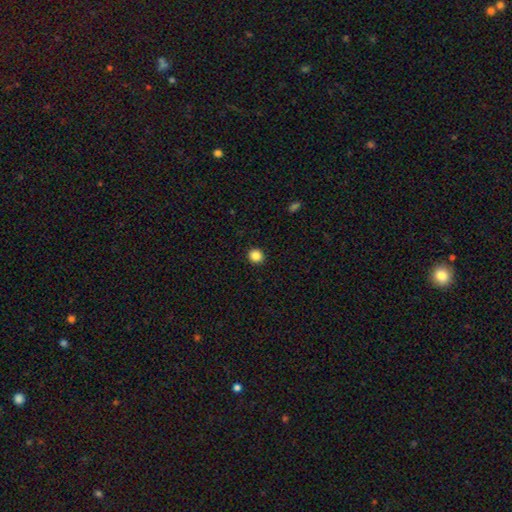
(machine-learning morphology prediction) smooth_or_featured: smooth (p=0.86) [alt: star or artifact p=0.10]
how_rounded: round (p=0.90) [alt: in between p=0.09]
merging: none (p=0.93) [alt: minor disturbance p=0.05]